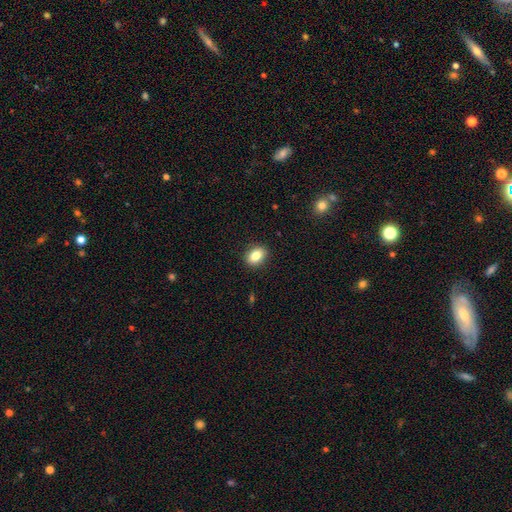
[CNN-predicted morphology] Smooth or featured: smooth — 82% (star or artifact — 9%)
How rounded: in between — 70% (round — 29%)
Merging: none — 90% (minor disturbance — 7%)